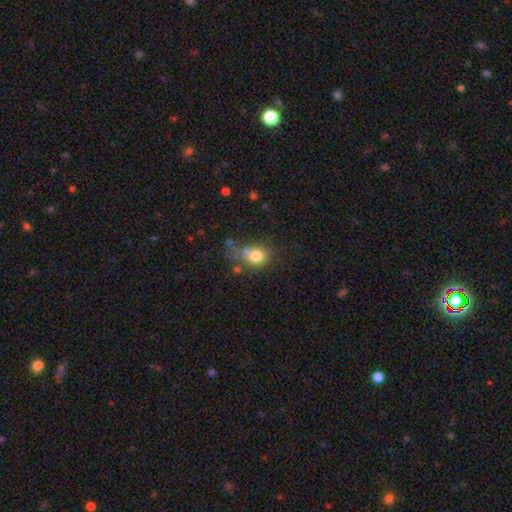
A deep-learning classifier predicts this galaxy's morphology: A smooth galaxy with no disk features (76%) that is round (67%). Merging: none (42%).